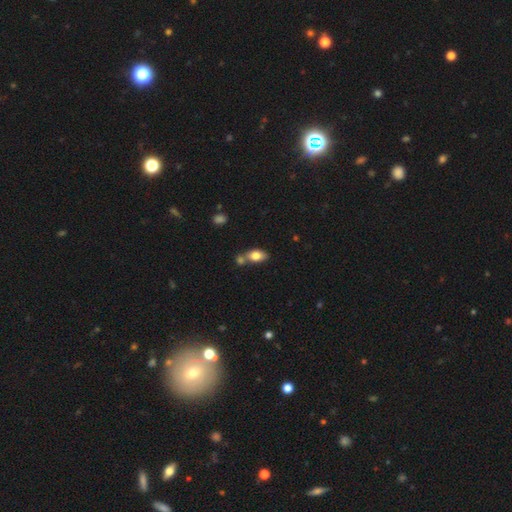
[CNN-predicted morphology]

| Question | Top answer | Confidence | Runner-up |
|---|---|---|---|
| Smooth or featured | smooth | 79% | featured or disk (13%) |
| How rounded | in between | 87% | round (9%) |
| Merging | none | 48% | merger (36%) |